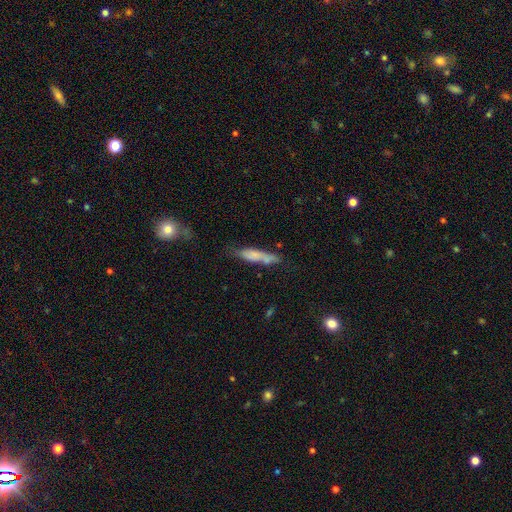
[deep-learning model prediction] smooth 65%, featured or disk 27%, star or artifact 8%. Down the decision tree: how rounded — cigar-shaped (80%); merging — none (56%).